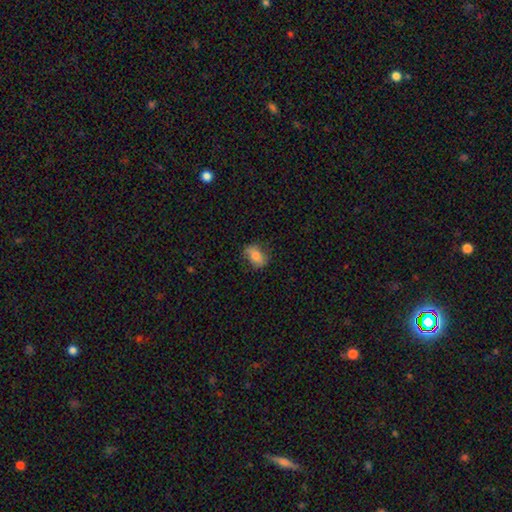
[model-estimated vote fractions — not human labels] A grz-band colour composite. It shows a smooth galaxy with no disk features (71%) that is in between round and cigar-shaped (76%). Merging: none (75%).